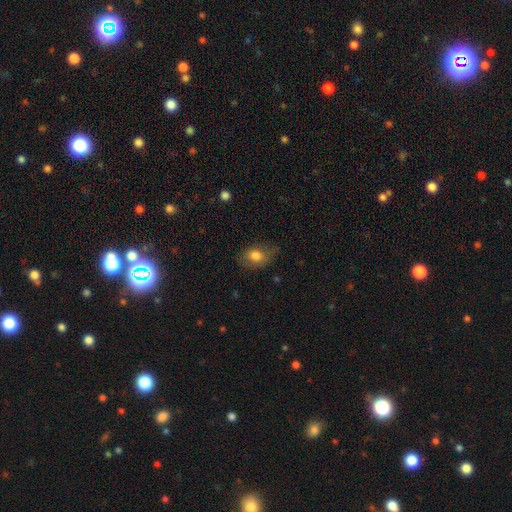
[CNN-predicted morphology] Smooth or featured? Predicted: smooth (p=0.76). How rounded? Predicted: in between (p=0.75). Merging? Predicted: none (p=0.63).